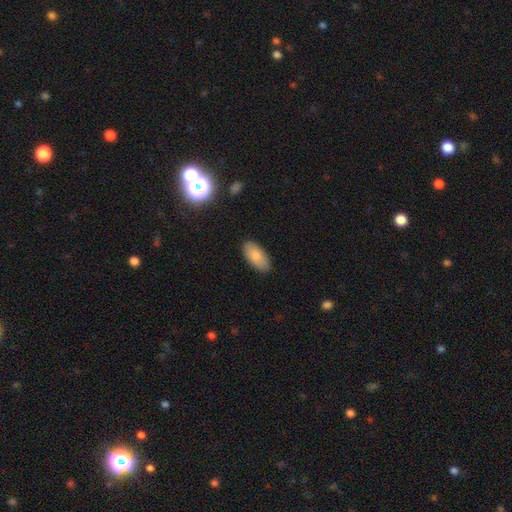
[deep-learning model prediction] Smooth or featured? Predicted: smooth (p=0.82). How rounded? Predicted: in between (p=0.93). Merging? Predicted: none (p=0.88).